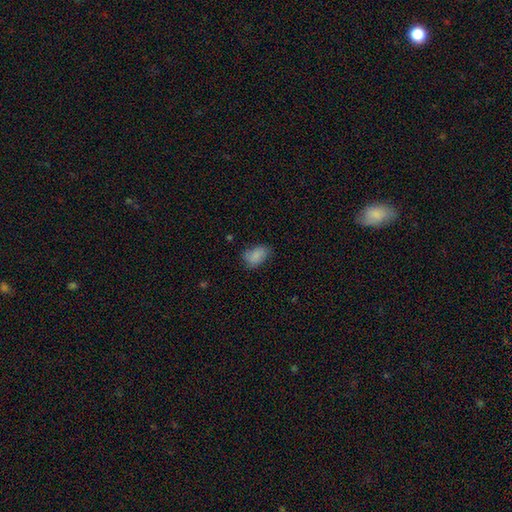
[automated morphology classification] Smooth or featured? smooth (83%)
How rounded? in between (86%)
Merging? none (63%)